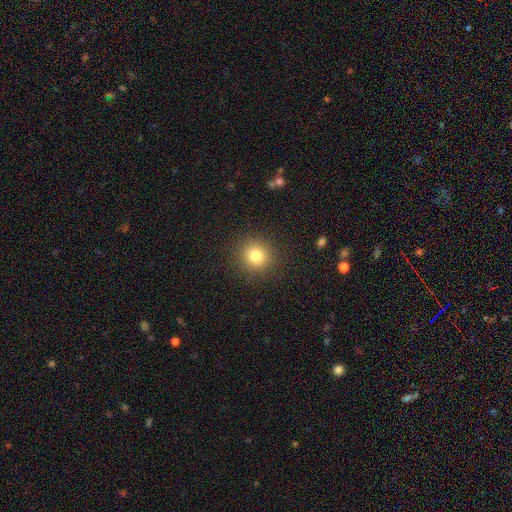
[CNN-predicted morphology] Smooth or featured? Predicted: smooth (p=0.79). How rounded? Predicted: round (p=0.92). Merging? Predicted: none (p=0.90).